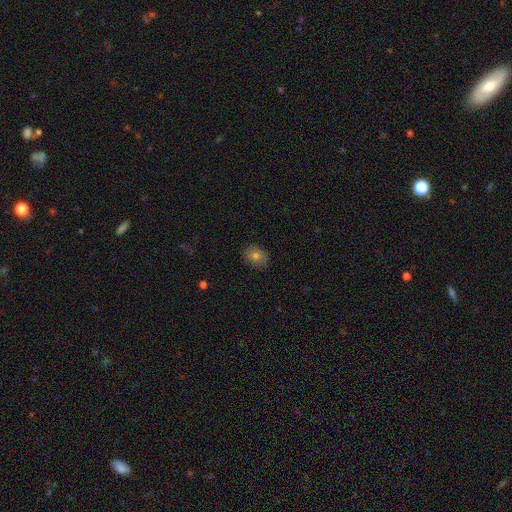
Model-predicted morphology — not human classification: This appears to be a smooth galaxy with no disk features (78%) that is in between round and cigar-shaped (51%). Merging: none (87%).